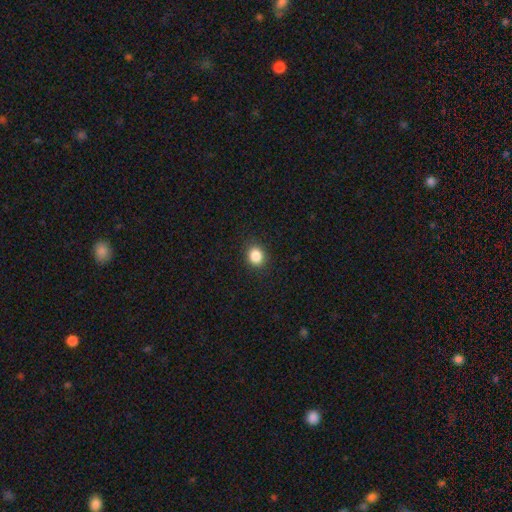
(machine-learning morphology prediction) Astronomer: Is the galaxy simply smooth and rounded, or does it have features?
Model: smooth — 86%.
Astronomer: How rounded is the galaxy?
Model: round — 68%.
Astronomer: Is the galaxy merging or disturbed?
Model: none — 89%.